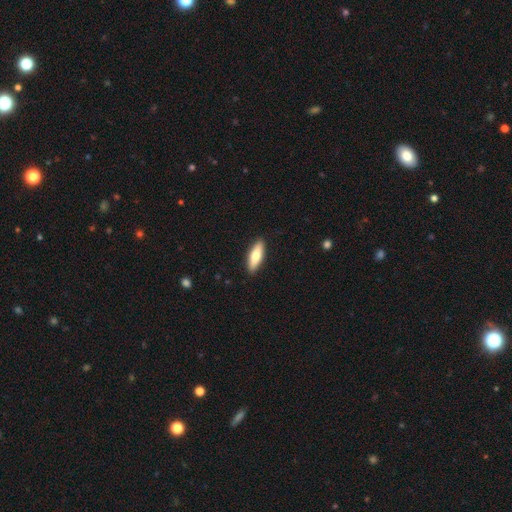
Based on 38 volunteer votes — Overall: smooth (74%). How rounded: cigar-shaped (64%; in between 36%). Merging: none (87%).